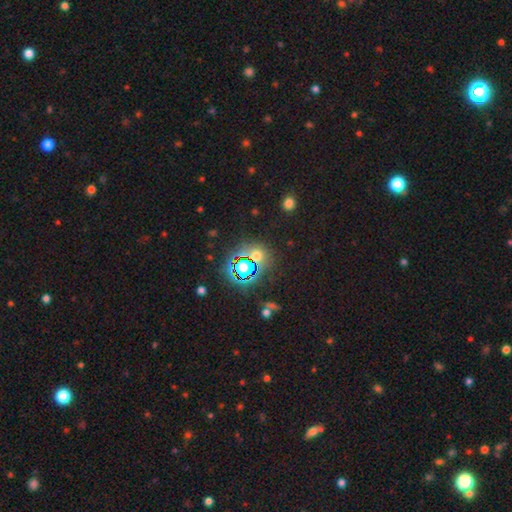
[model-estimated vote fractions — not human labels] star or artifact 52%, smooth 39%, featured or disk 9%.